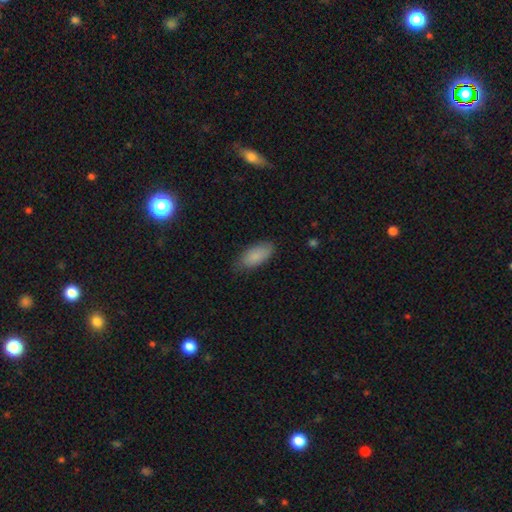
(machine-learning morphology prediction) Smooth or featured: smooth — 85% (featured or disk — 8%)
How rounded: in between — 89% (cigar-shaped — 9%)
Merging: none — 75% (minor disturbance — 21%)